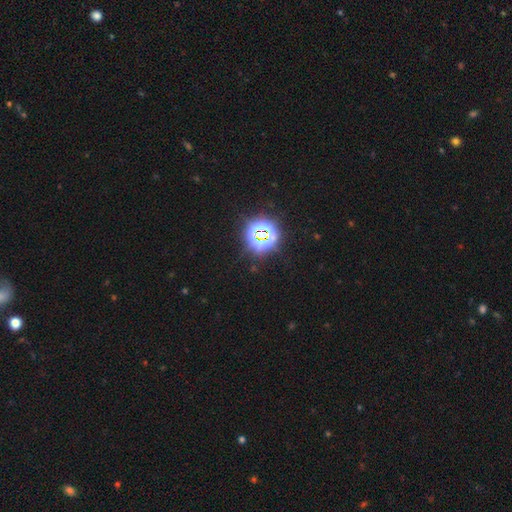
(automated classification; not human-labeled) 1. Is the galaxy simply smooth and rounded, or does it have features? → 81% star or artifact, 14% smooth, 5% featured or disk.